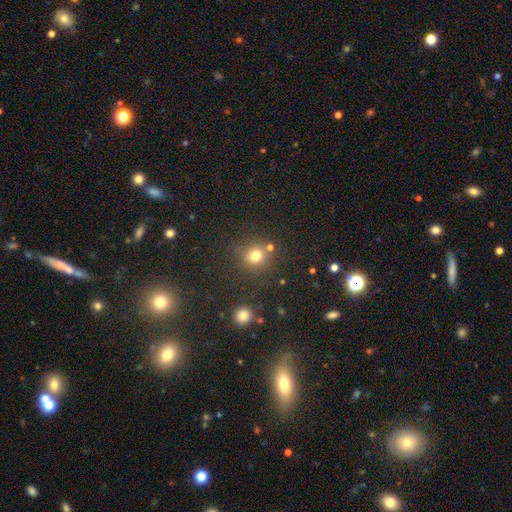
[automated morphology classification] Smooth or featured? Predicted: smooth (p=0.76). How rounded? Predicted: round (p=0.88). Merging? Predicted: none (p=0.77).